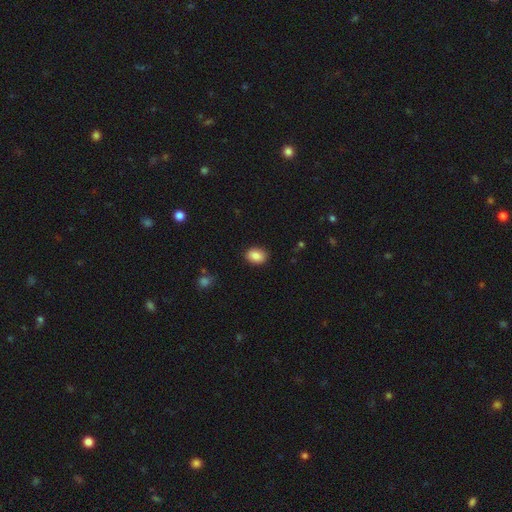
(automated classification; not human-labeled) smooth_or_featured: smooth (p=0.86) [alt: star or artifact p=0.08]
how_rounded: in between (p=0.72) [alt: round p=0.27]
merging: none (p=0.88) [alt: minor disturbance p=0.09]